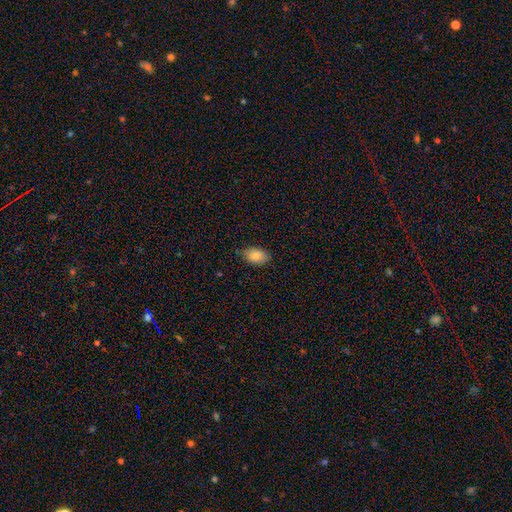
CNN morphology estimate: smooth_or_featured: smooth (p=0.85) [alt: featured or disk p=0.08]
how_rounded: in between (p=0.90) [alt: round p=0.09]
merging: none (p=0.76) [alt: minor disturbance p=0.20]